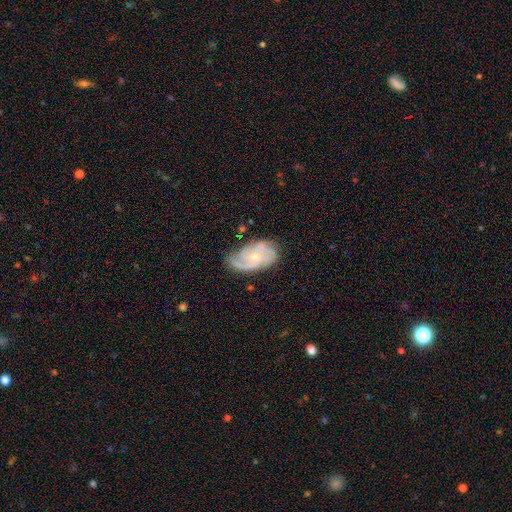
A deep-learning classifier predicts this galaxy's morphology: Smooth or featured?
  - featured or disk: 82% *
  - smooth: 12%
  - star or artifact: 6%
Edge-on disk?
  - no: 97% *
  - yes: 3%
Bar?
  - no: 71% *
  - weak: 25%
  - strong: 4%
Spiral arms?
  - yes: 96% *
  - no: 4%
Spiral winding?
  - tight: 47% *
  - medium: 39%
  - loose: 13%
Spiral arm count?
  - 3: 34% *
  - 2: 24%
  - can't tell: 22%
  - 4: 9%
  - 1: 6%
  - more than 4: 5%
Bulge size?
  - small: 69% *
  - moderate: 26%
  - none: 3%
  - large: 1%
  - dominant: 1%
Merging?
  - none: 67% *
  - minor disturbance: 24%
  - major disturbance: 8%
  - merger: 2%